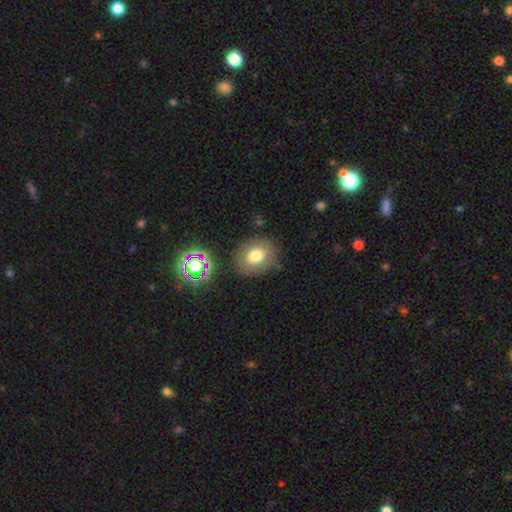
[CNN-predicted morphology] smooth_or_featured: smooth (p=0.73) [alt: featured or disk p=0.15]
how_rounded: round (p=0.58) [alt: in between p=0.41]
merging: none (p=0.80) [alt: minor disturbance p=0.12]